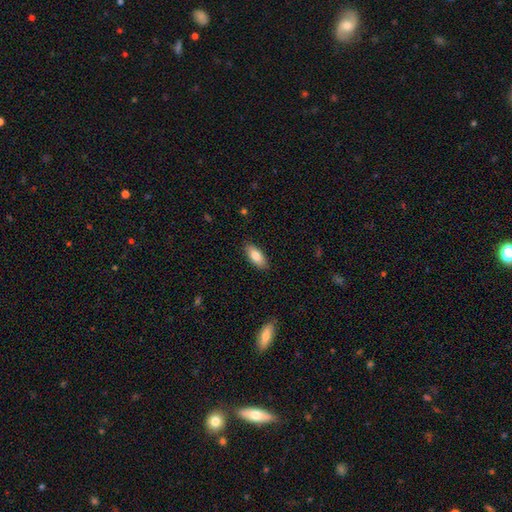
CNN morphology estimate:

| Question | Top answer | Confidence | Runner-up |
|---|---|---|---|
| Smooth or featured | smooth | 83% | featured or disk (11%) |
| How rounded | in between | 83% | cigar-shaped (15%) |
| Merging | none | 87% | minor disturbance (9%) |